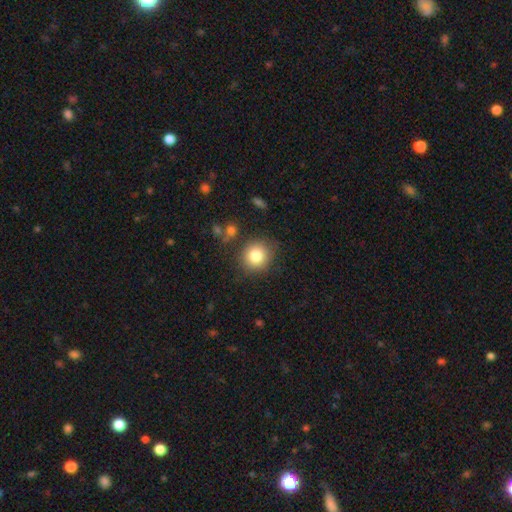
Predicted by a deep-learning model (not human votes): A smooth galaxy with no disk features (82%) that is round (89%).

Vote fractions:
- Smooth or featured? smooth: 82% / star or artifact: 10% / featured or disk: 8%
- How rounded? round: 89% / in between: 10% / cigar-shaped: 1%
- Merging? none: 84% / minor disturbance: 10% / major disturbance: 3% / merger: 3%